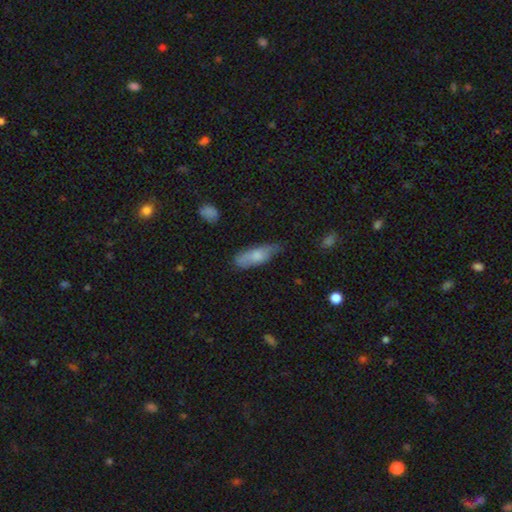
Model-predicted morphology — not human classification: Q: Smooth or featured?
A: smooth (72%); runner-up: featured or disk (22%)
Q: How rounded?
A: in between (56%); runner-up: cigar-shaped (42%)
Q: Merging?
A: none (60%); runner-up: minor disturbance (31%)